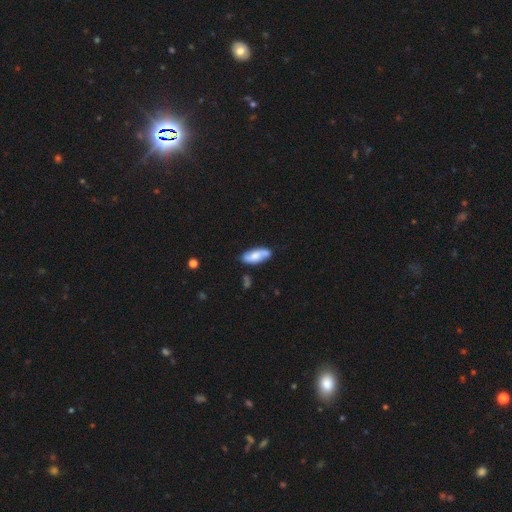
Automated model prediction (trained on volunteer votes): A smooth galaxy with no disk features (50%) that is in between round and cigar-shaped (78%).

Vote fractions:
- Smooth or featured? smooth: 50% / featured or disk: 43% / star or artifact: 6%
- How rounded? in between: 78% / cigar-shaped: 19% / round: 3%
- Merging? none: 74% / minor disturbance: 18% / merger: 5% / major disturbance: 4%